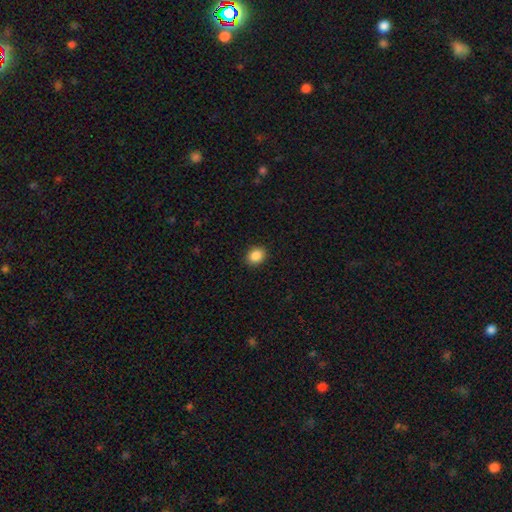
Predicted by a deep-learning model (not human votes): Smooth or featured?
  - smooth: 88% *
  - star or artifact: 9%
  - featured or disk: 3%
How rounded?
  - round: 55% *
  - in between: 44%
  - cigar-shaped: 1%
Merging?
  - none: 91% *
  - minor disturbance: 6%
  - major disturbance: 2%
  - merger: 1%